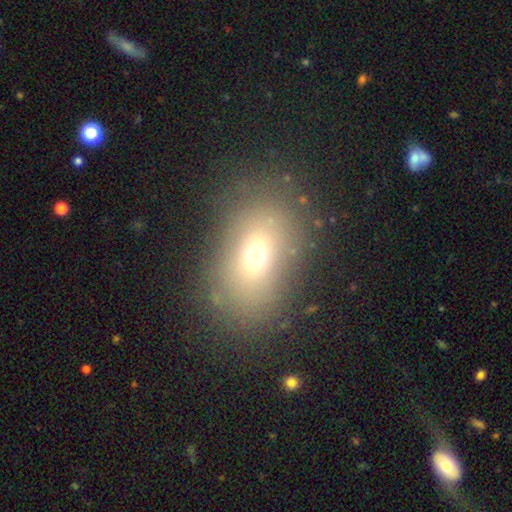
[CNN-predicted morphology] This appears to be a smooth galaxy with no disk features (67%) that is in between round and cigar-shaped (80%). Merging: none (80%).